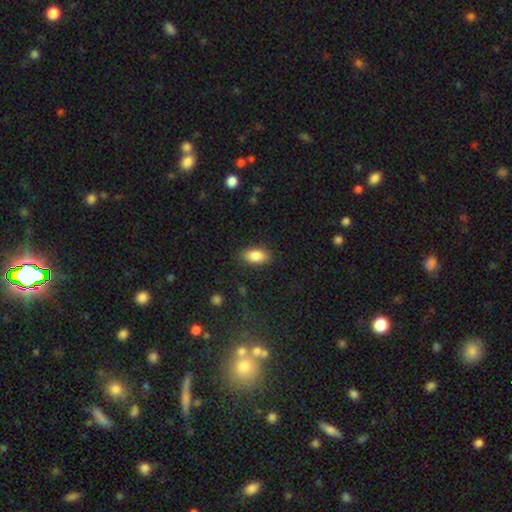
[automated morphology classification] Smooth or featured: smooth — 85% (featured or disk — 8%)
How rounded: in between — 91% (cigar-shaped — 4%)
Merging: none — 86% (minor disturbance — 10%)